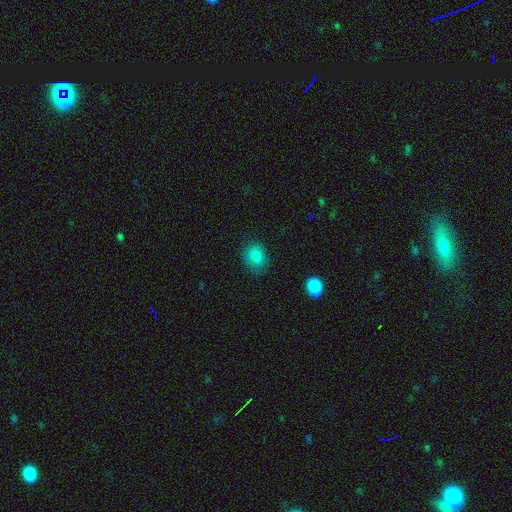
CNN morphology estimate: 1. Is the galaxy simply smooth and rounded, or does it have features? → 85% smooth, 10% star or artifact, 5% featured or disk.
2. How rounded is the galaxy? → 53% in between, 46% round, 1% cigar-shaped.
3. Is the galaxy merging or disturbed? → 77% none, 17% minor disturbance, 5% major disturbance, 1% merger.